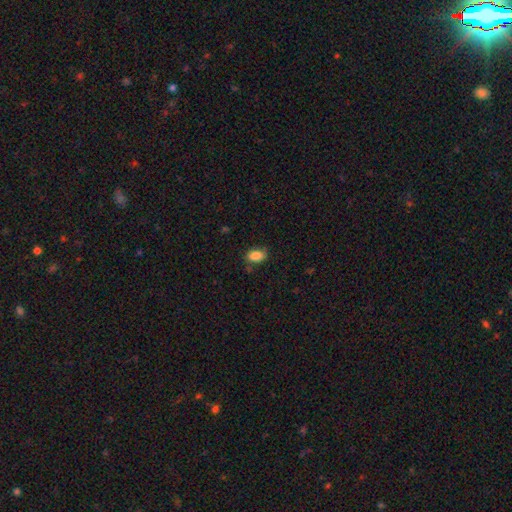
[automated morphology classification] Overall: smooth (86%). How rounded: in between (88%). Merging: none (78%).